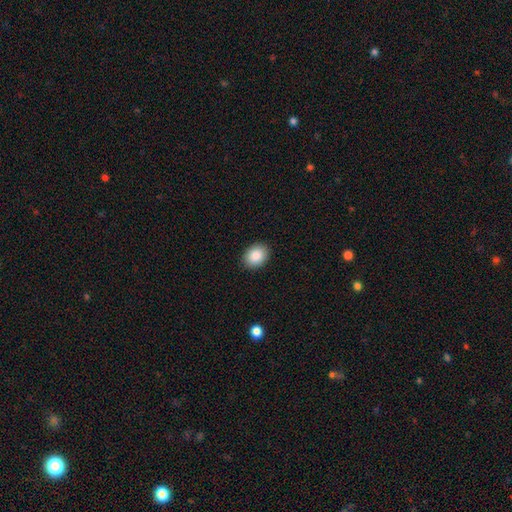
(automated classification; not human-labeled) Smooth or featured? Predicted: smooth (p=0.88). How rounded? Predicted: in between (p=0.58). Merging? Predicted: none (p=0.90).